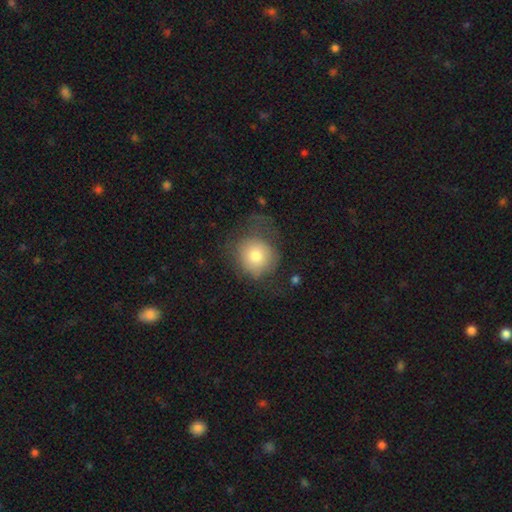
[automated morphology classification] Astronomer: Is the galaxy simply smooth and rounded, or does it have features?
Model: smooth — 74%.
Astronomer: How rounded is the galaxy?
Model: round — 87%.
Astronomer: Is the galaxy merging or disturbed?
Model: none — 50%.